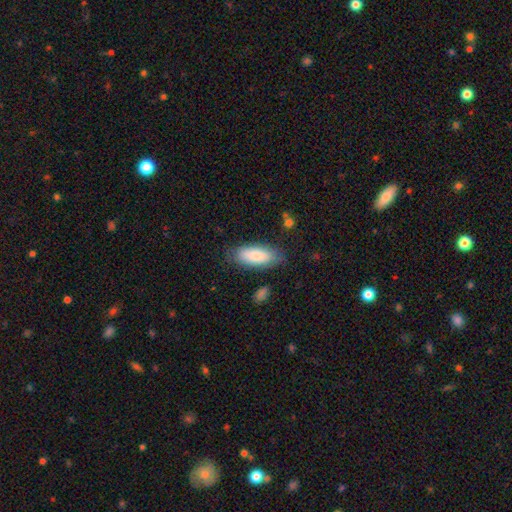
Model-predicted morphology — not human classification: type=smooth (84%); roundness=in between (81%); merging=none (78%).